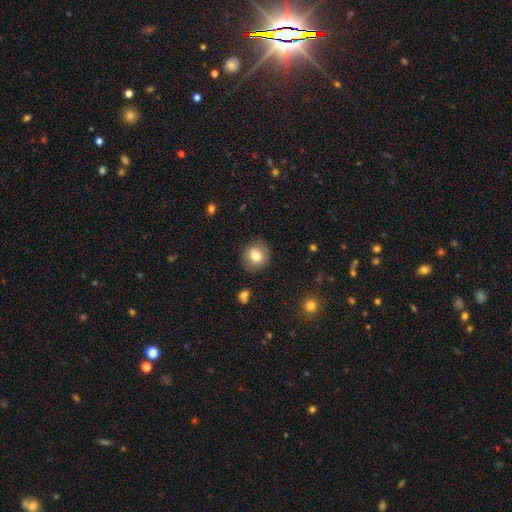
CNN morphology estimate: Q: Smooth or featured?
A: smooth (78%); runner-up: featured or disk (13%)
Q: How rounded?
A: round (82%); runner-up: in between (18%)
Q: Merging?
A: none (85%); runner-up: minor disturbance (11%)